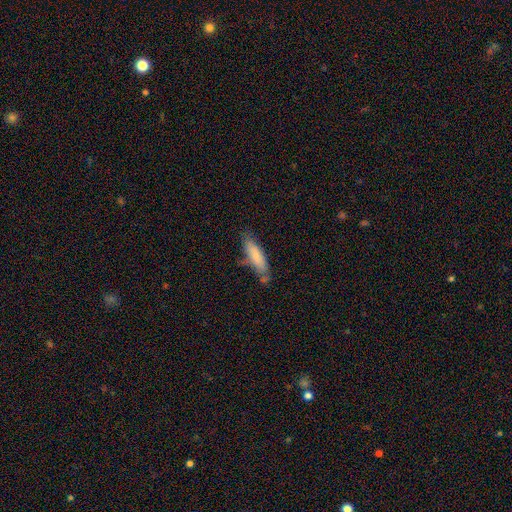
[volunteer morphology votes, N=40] This is clearly a smooth galaxy (92%). How rounded: likely cigar-shaped (73%). Merging: clearly none (84%).